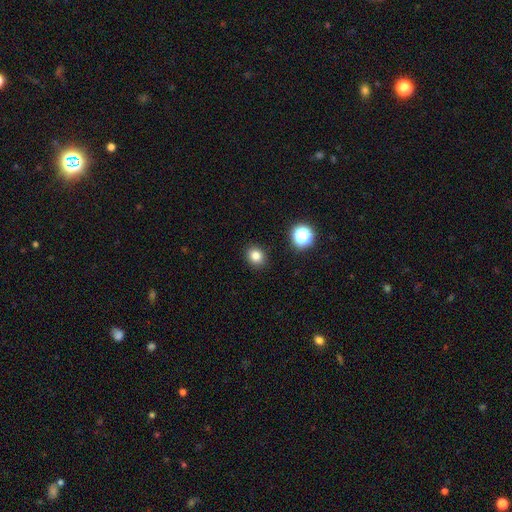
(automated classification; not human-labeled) This is clearly a smooth galaxy (81%). How rounded: likely round (71%). Merging: clearly none (90%).